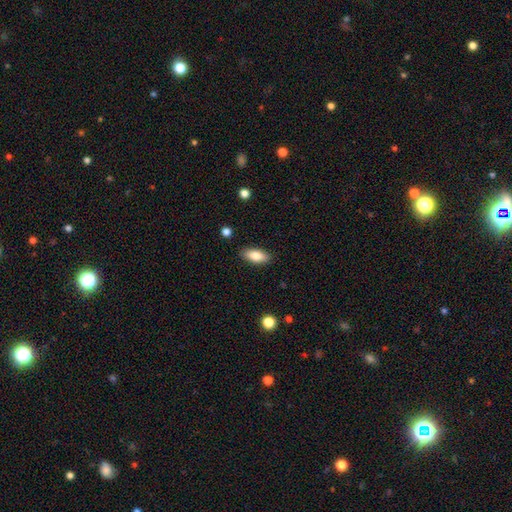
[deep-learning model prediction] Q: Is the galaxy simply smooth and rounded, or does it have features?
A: smooth — 84%.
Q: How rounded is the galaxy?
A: in between — 85%.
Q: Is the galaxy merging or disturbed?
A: none — 88%.